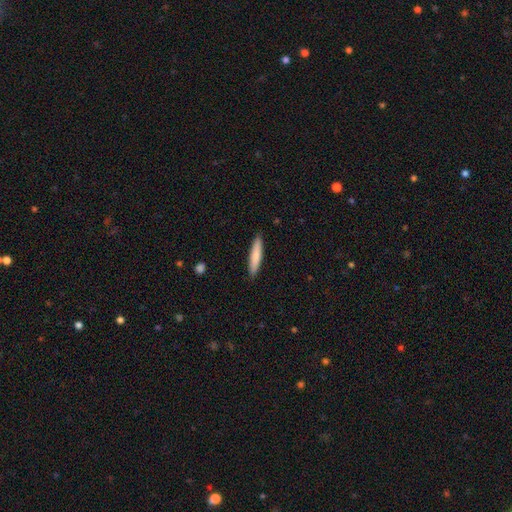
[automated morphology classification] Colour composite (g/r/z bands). It shows a smooth galaxy with no disk features (79%) that is cigar-shaped (89%). Merging: none (90%).